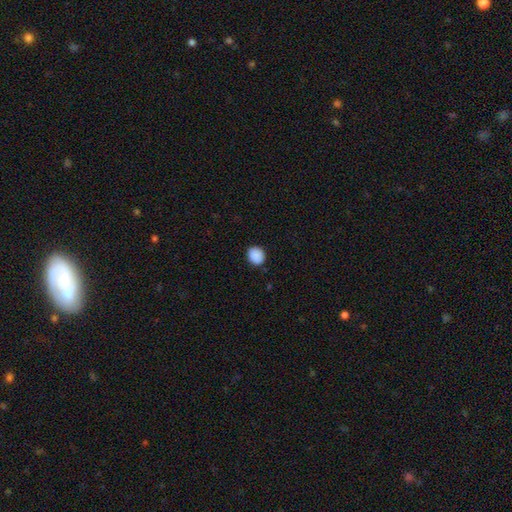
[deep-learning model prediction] Overall: smooth (89%). How rounded: round (74%). Merging: none (88%).